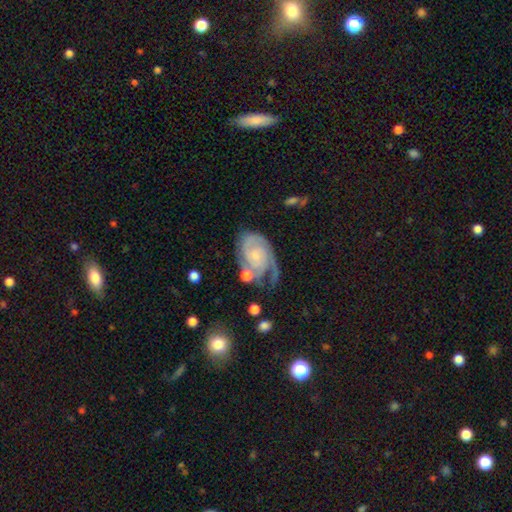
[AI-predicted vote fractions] smooth_or_featured: featured or disk (p=0.81) [alt: smooth p=0.13]
disk_edge_on: no (p=0.97) [alt: yes p=0.03]
bar: no (p=0.70) [alt: weak p=0.26]
has_spiral_arms: yes (p=0.95) [alt: no p=0.05]
spiral_winding: tight (p=0.56) [alt: medium p=0.34]
spiral_arm_count: 2 (p=0.51) [alt: can't tell p=0.18]
bulge_size: small (p=0.61) [alt: moderate p=0.22]
merging: none (p=0.45) [alt: minor disturbance p=0.25]